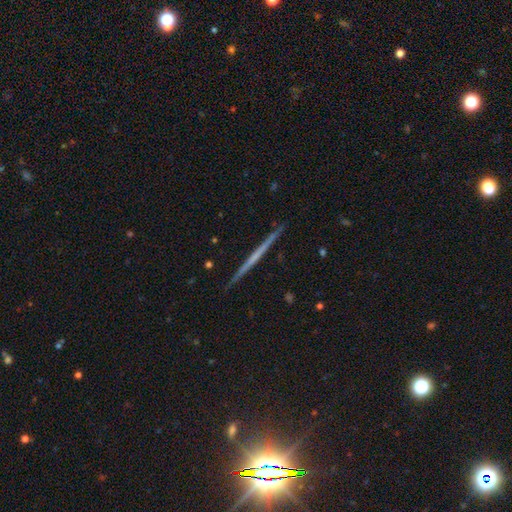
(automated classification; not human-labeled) A featured or disk galaxy (64%) viewed edge-on (98%) with no central bulge (89%).

Vote fractions:
- Smooth or featured? featured or disk: 64% / smooth: 30% / star or artifact: 5%
- Edge-on disk? yes: 98% / no: 2%
- Edge-on bulge? none: 89% / rounded: 7% / boxy: 4%
- Merging? none: 92% / minor disturbance: 6% / major disturbance: 1% / merger: 1%